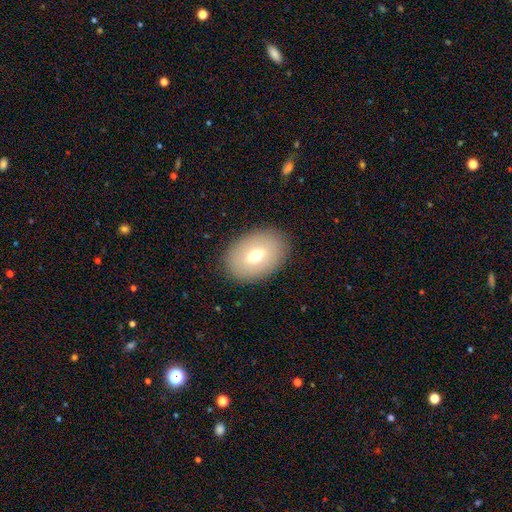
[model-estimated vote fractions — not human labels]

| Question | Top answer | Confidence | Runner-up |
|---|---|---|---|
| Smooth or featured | smooth | 66% | featured or disk (25%) |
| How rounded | in between | 79% | round (20%) |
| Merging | none | 87% | minor disturbance (9%) |